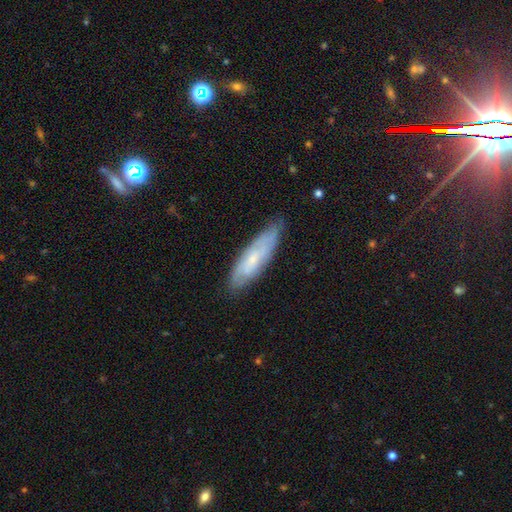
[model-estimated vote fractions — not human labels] Smooth or featured? featured or disk (47%)
Merging? none (80%)